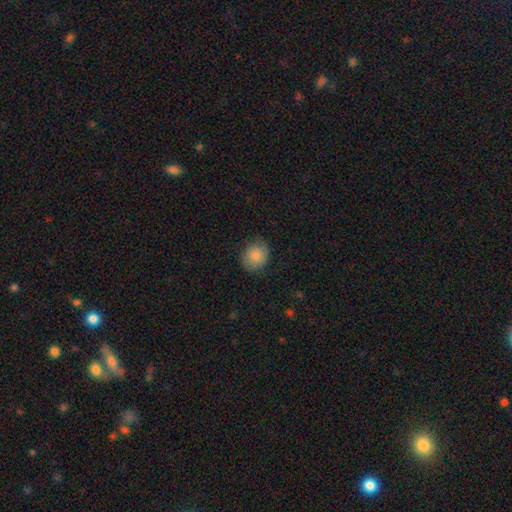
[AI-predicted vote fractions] A smooth galaxy with no disk features (85%) that is round (75%).

Vote fractions:
- Smooth or featured? smooth: 85% / featured or disk: 8% / star or artifact: 7%
- How rounded? round: 75% / in between: 24% / cigar-shaped: 1%
- Merging? none: 79% / minor disturbance: 16% / major disturbance: 4% / merger: 1%